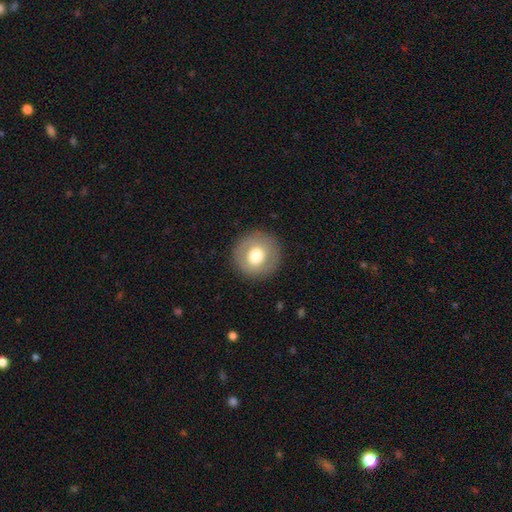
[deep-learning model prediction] The model was most divided on "smooth or featured": smooth: 67%, featured or disk: 25%, star or artifact: 8%. More confident: how rounded — round (95%); merging — none (89%).